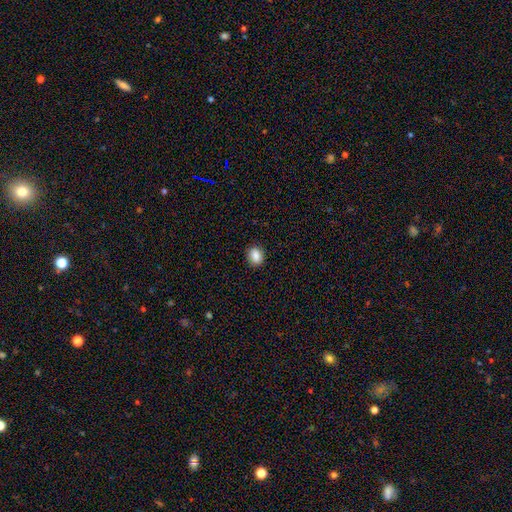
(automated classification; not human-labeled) smooth 87%, star or artifact 9%, featured or disk 5%. Down the decision tree: how rounded — round (55%); merging — none (90%).